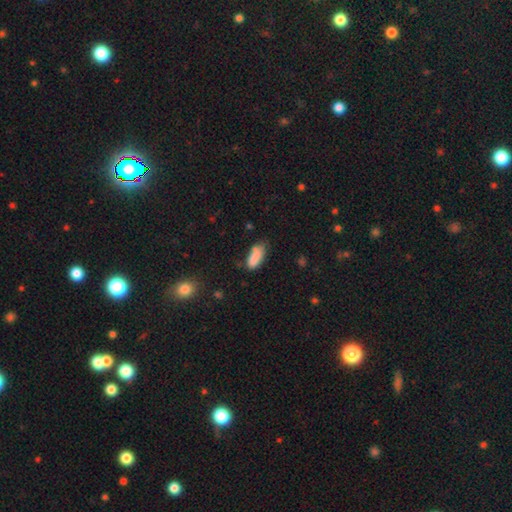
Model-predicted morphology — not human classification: smooth_or_featured: smooth (p=0.82) [alt: featured or disk p=0.09]
how_rounded: in between (p=0.76) [alt: cigar-shaped p=0.21]
merging: none (p=0.47) [alt: minor disturbance p=0.34]